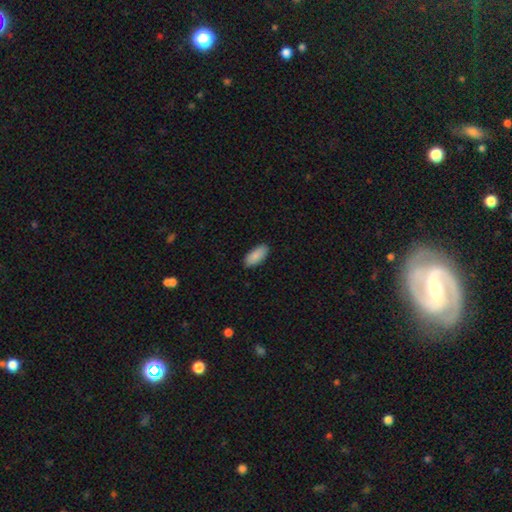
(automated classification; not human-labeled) smooth-or-featured: smooth: 89% | star or artifact: 6% | featured or disk: 5%
  how-rounded: in between: 90% | cigar-shaped: 8% | round: 2%
  merging: none: 88% | minor disturbance: 9% | major disturbance: 2% | merger: 1%